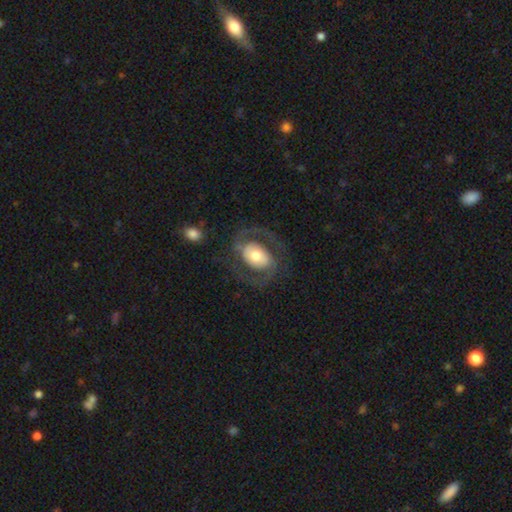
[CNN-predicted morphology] Smooth or featured? Predicted: featured or disk (p=0.74). Edge-on disk? Predicted: no (p=0.96). Bar? Predicted: no (p=0.52). Spiral arms? Predicted: yes (p=0.82). Spiral winding? Predicted: medium (p=0.52). Spiral arm count? Predicted: 2 (p=0.89). Bulge size? Predicted: moderate (p=0.60). Merging? Predicted: none (p=0.72).